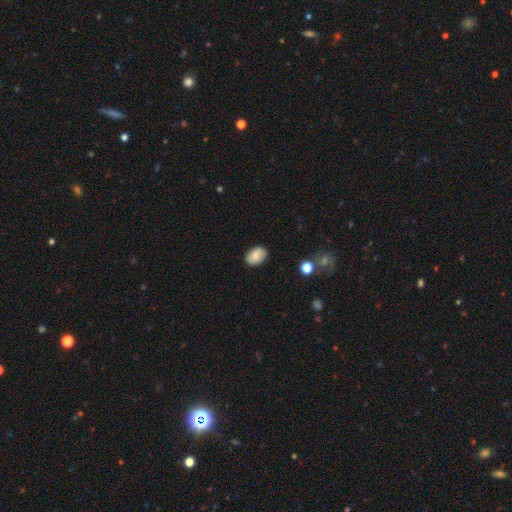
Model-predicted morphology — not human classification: Smooth or featured?
  - smooth: 80% *
  - featured or disk: 13%
  - star or artifact: 8%
How rounded?
  - in between: 84% *
  - round: 15%
  - cigar-shaped: 1%
Merging?
  - none: 83% *
  - minor disturbance: 13%
  - major disturbance: 2%
  - merger: 1%